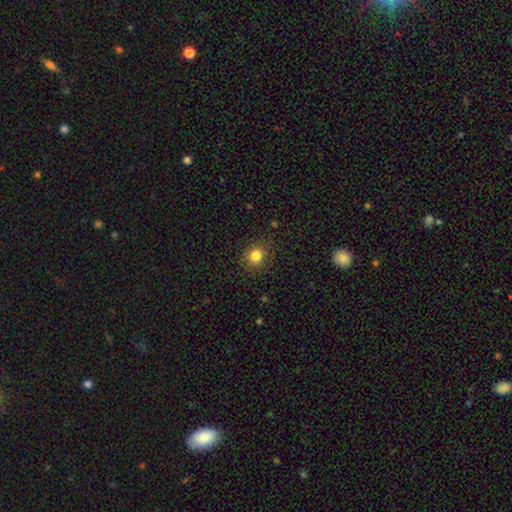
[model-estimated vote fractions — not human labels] Q: Smooth or featured?
A: smooth (83%); runner-up: star or artifact (12%)
Q: How rounded?
A: round (79%); runner-up: in between (20%)
Q: Merging?
A: none (87%); runner-up: minor disturbance (9%)